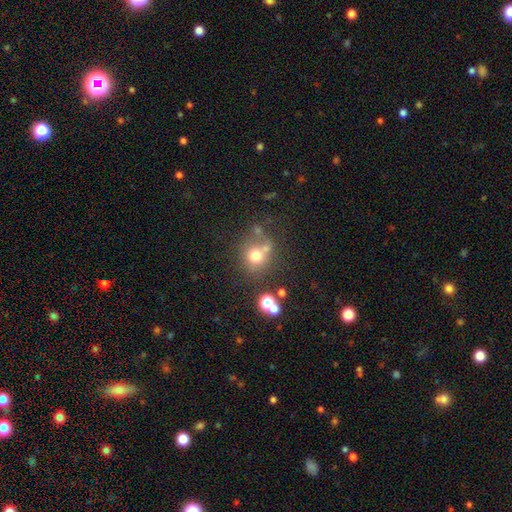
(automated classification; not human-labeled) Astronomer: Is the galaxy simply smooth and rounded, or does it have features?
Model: smooth — 68%.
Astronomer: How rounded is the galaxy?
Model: round — 84%.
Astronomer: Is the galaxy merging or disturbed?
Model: none — 58%.